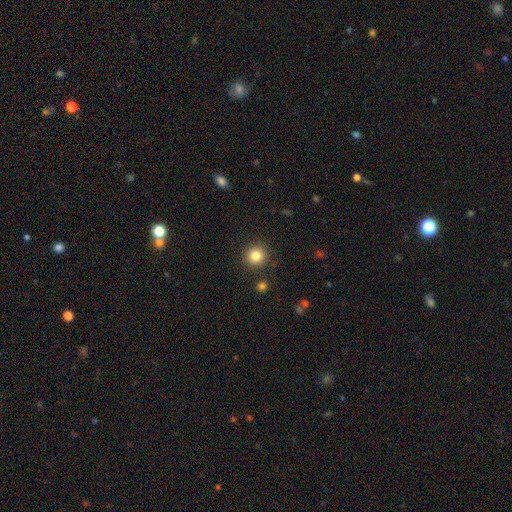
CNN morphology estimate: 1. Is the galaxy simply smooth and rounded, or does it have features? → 83% smooth, 11% star or artifact, 6% featured or disk.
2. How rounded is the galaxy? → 94% round, 5% in between, 1% cigar-shaped.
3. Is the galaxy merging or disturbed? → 90% none, 6% minor disturbance, 2% merger, 2% major disturbance.